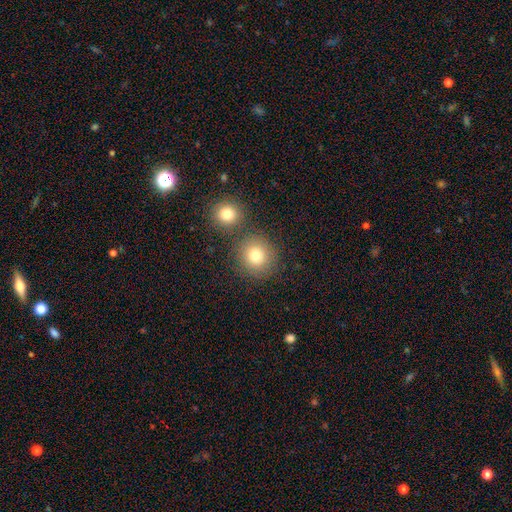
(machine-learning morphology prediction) smooth-or-featured: smooth: 79% | star or artifact: 13% | featured or disk: 8%
  how-rounded: round: 90% | in between: 9% | cigar-shaped: 1%
  merging: none: 76% | merger: 13% | minor disturbance: 8% | major disturbance: 3%